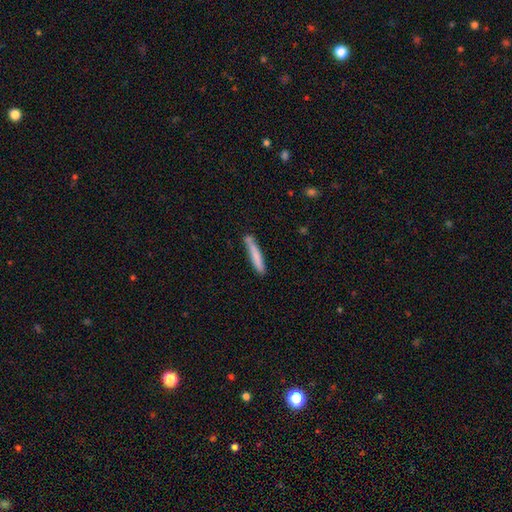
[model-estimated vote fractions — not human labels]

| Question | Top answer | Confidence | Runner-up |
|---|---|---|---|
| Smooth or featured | smooth | 76% | featured or disk (18%) |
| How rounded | cigar-shaped | 94% | in between (5%) |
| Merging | none | 74% | minor disturbance (18%) |